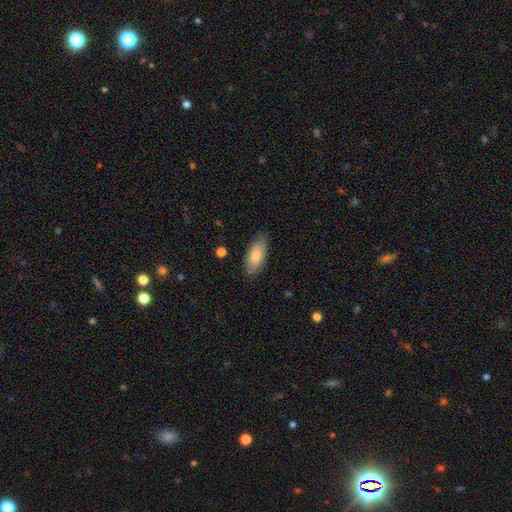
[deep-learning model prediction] Q: Smooth or featured?
A: smooth (79%); runner-up: featured or disk (15%)
Q: How rounded?
A: in between (82%); runner-up: cigar-shaped (16%)
Q: Merging?
A: none (84%); runner-up: minor disturbance (12%)